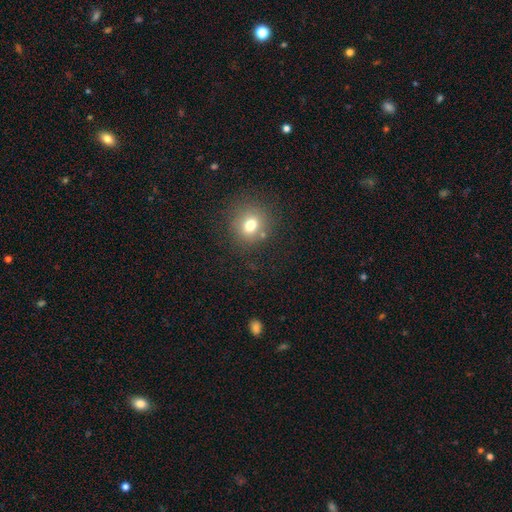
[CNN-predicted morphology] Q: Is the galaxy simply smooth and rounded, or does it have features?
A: smooth — 59%.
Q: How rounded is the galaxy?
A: round — 93%.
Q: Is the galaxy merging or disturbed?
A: none — 90%.